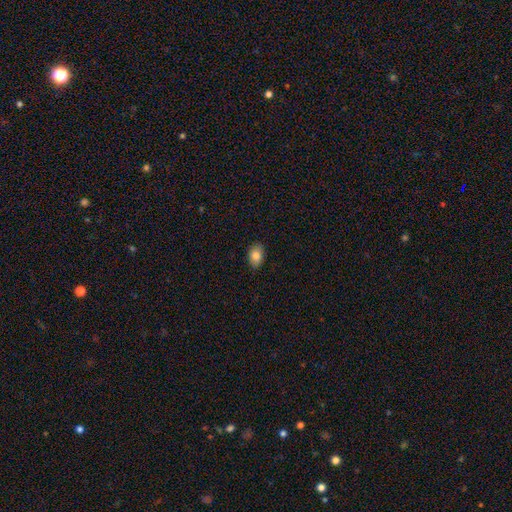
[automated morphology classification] Smooth or featured: smooth — 84% (featured or disk — 8%)
How rounded: in between — 84% (round — 15%)
Merging: none — 87% (minor disturbance — 10%)